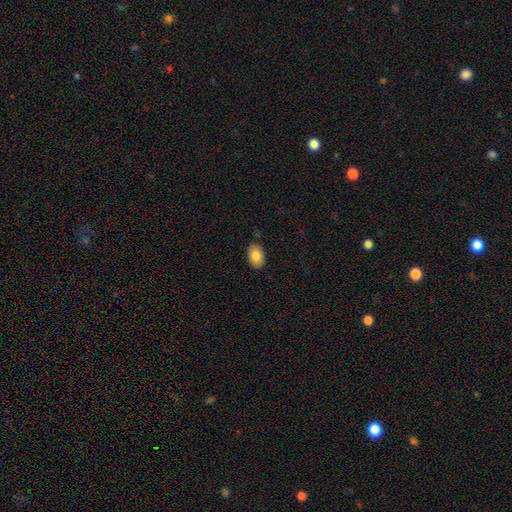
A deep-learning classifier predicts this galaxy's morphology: A smooth galaxy with no disk features (85%) that is in between round and cigar-shaped (90%).

Vote fractions:
- Smooth or featured? smooth: 85% / featured or disk: 9% / star or artifact: 7%
- How rounded? in between: 90% / round: 9% / cigar-shaped: 1%
- Merging? none: 85% / minor disturbance: 11% / major disturbance: 2% / merger: 1%